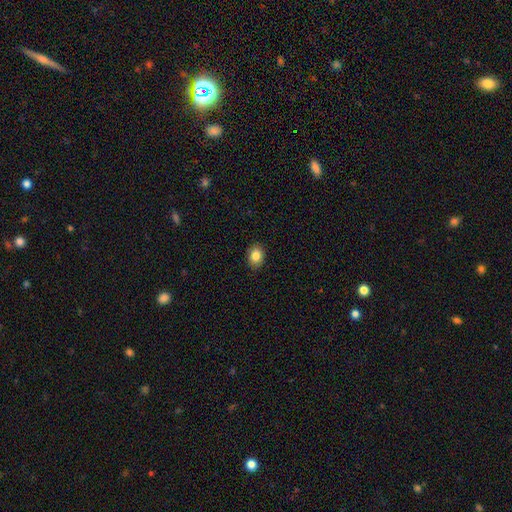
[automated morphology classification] Q: Smooth or featured?
A: smooth (84%); runner-up: star or artifact (9%)
Q: How rounded?
A: in between (65%); runner-up: round (34%)
Q: Merging?
A: none (88%); runner-up: minor disturbance (9%)